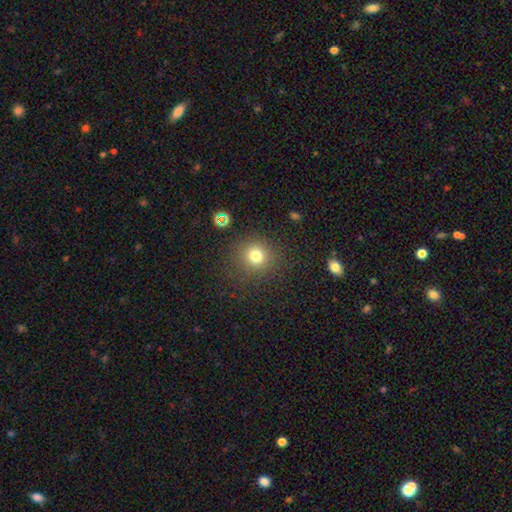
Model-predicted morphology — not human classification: This is likely a smooth galaxy (77%). How rounded: clearly round (90%). Merging: clearly none (85%).